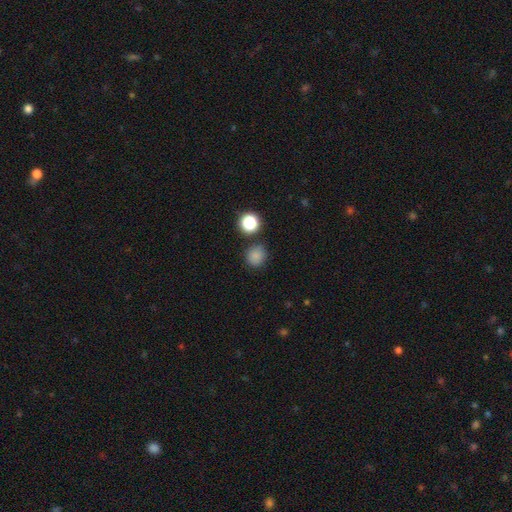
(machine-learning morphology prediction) Q: Smooth or featured?
A: smooth (80%); runner-up: star or artifact (15%)
Q: How rounded?
A: round (89%); runner-up: in between (10%)
Q: Merging?
A: none (82%); runner-up: minor disturbance (9%)